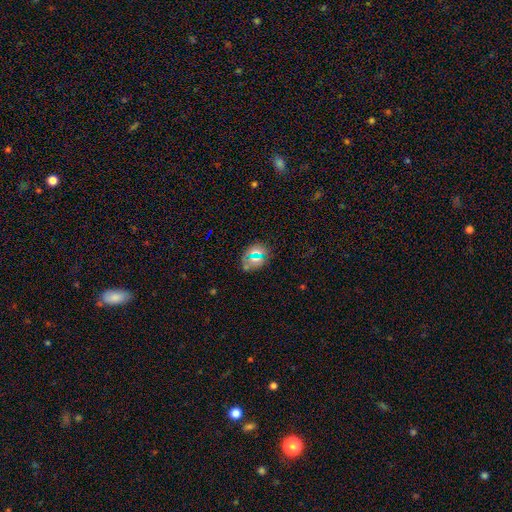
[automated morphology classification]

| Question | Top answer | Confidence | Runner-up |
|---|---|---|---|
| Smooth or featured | smooth | 60% | star or artifact (27%) |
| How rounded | round | 56% | in between (41%) |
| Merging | none | 79% | minor disturbance (13%) |